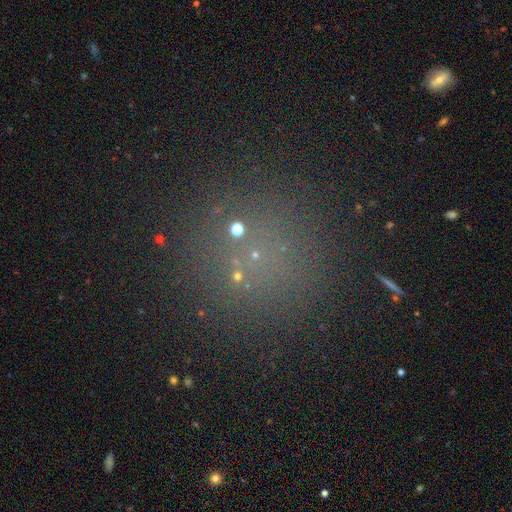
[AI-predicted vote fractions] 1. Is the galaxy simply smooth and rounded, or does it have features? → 48% star or artifact, 40% smooth, 12% featured or disk.